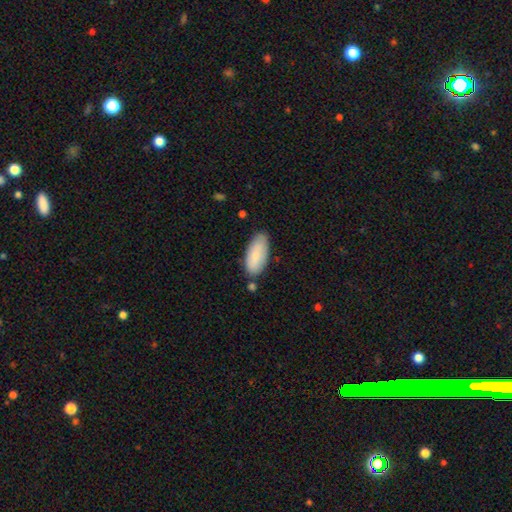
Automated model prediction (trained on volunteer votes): Overall: smooth (83%). How rounded: in between (86%). Merging: none (74%).